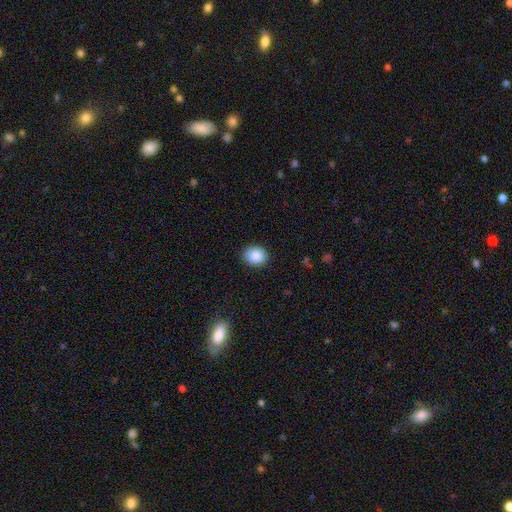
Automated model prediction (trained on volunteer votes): Smooth or featured? Predicted: smooth (p=0.88). How rounded? Predicted: round (p=0.66). Merging? Predicted: none (p=0.89).